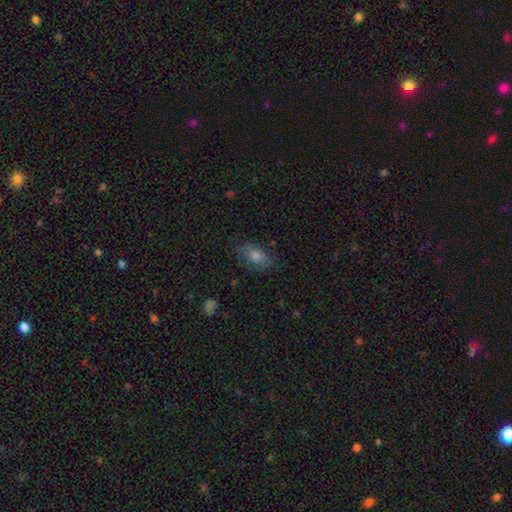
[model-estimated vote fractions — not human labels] A smooth galaxy with no disk features (72%) that is in between round and cigar-shaped (85%).

Vote fractions:
- Smooth or featured? smooth: 72% / featured or disk: 15% / star or artifact: 13%
- How rounded? in between: 85% / round: 11% / cigar-shaped: 4%
- Merging? none: 80% / minor disturbance: 15% / major disturbance: 4% / merger: 1%